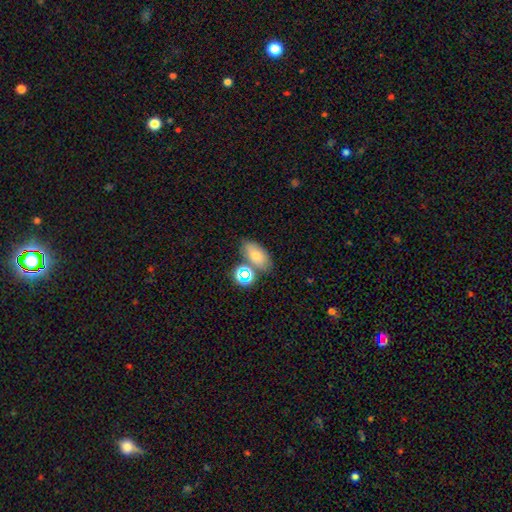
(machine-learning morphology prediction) This is likely a smooth galaxy (69%). How rounded: clearly in between (83%). Merging: likely none (63%).